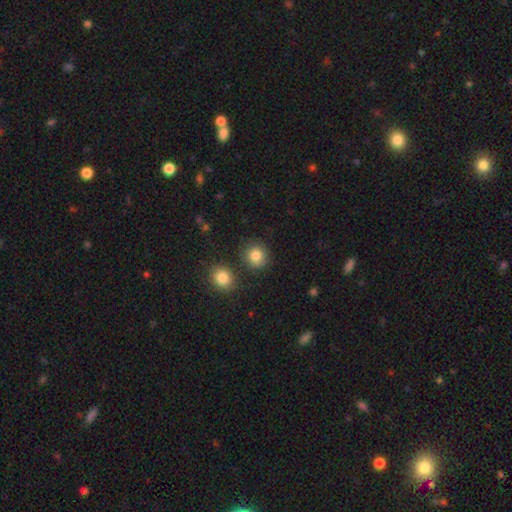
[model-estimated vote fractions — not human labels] smooth 84%, star or artifact 10%, featured or disk 6%. Down the decision tree: how rounded — round (87%); merging — none (83%).